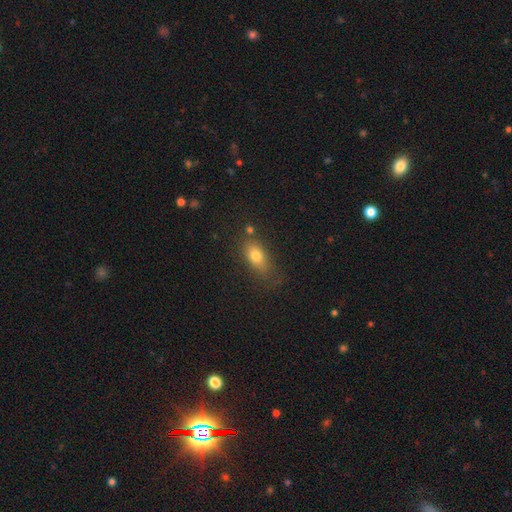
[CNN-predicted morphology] smooth 75%, featured or disk 14%, star or artifact 11%. Down the decision tree: how rounded — in between (78%); merging — none (64%).